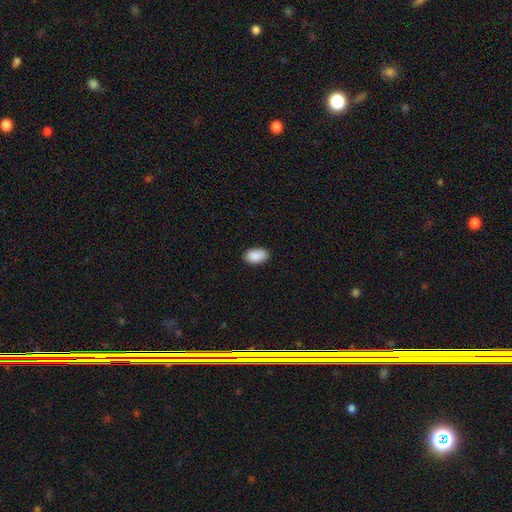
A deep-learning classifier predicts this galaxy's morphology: This is clearly a smooth galaxy (90%). How rounded: clearly in between (93%). Merging: clearly none (87%).